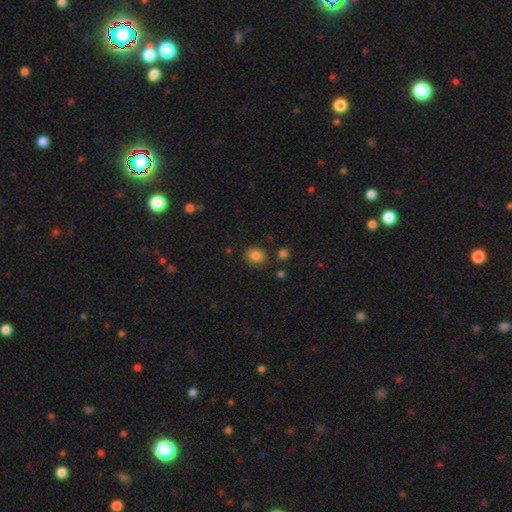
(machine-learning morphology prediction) This appears to be a smooth galaxy with no disk features (84%) that is round (65%). Merging: none (80%).